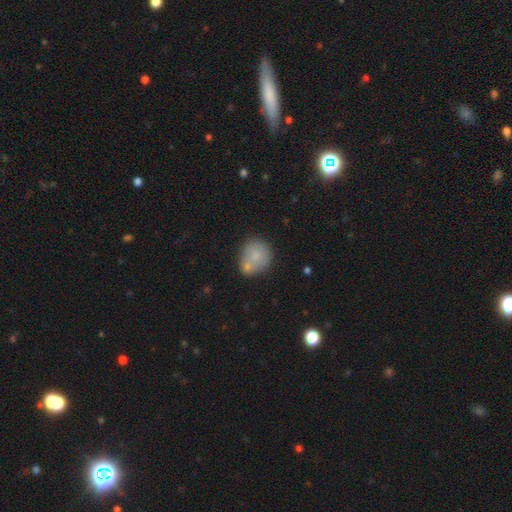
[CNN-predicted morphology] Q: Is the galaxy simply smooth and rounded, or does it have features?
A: smooth — 77%.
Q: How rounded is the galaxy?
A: round — 81%.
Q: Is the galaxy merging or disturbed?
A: none — 47%.